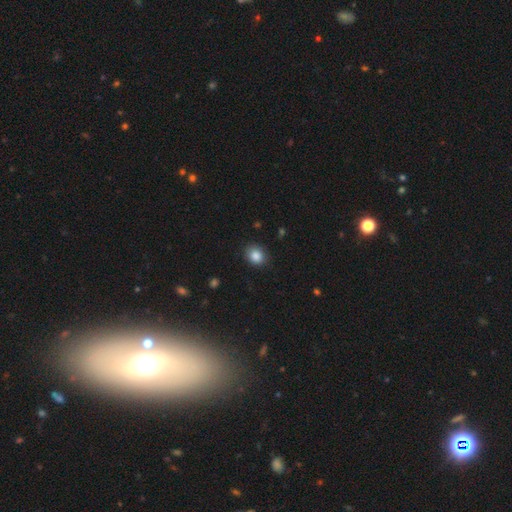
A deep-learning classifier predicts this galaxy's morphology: Q: Smooth or featured?
A: smooth (86%); runner-up: star or artifact (9%)
Q: How rounded?
A: round (66%); runner-up: in between (33%)
Q: Merging?
A: none (84%); runner-up: minor disturbance (12%)